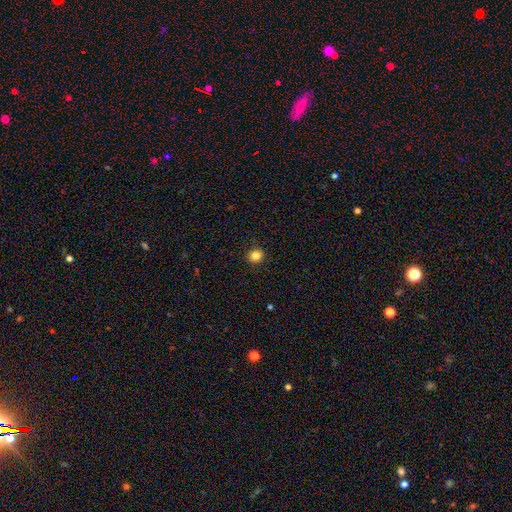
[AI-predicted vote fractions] A smooth galaxy with no disk features (84%) that is round (85%). Merging: none (91%).